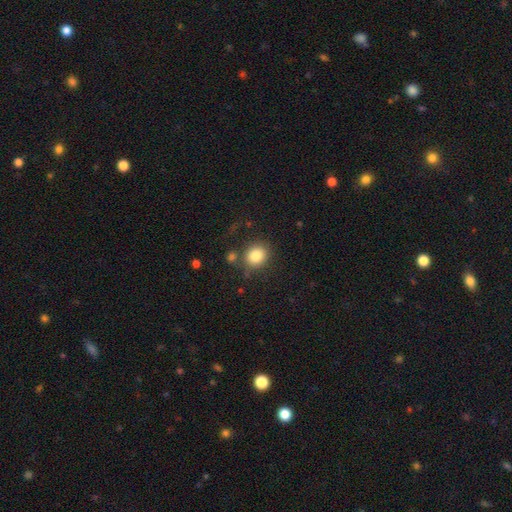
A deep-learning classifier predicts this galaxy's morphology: Smooth or featured? Predicted: smooth (p=0.84). How rounded? Predicted: round (p=0.73). Merging? Predicted: none (p=0.77).